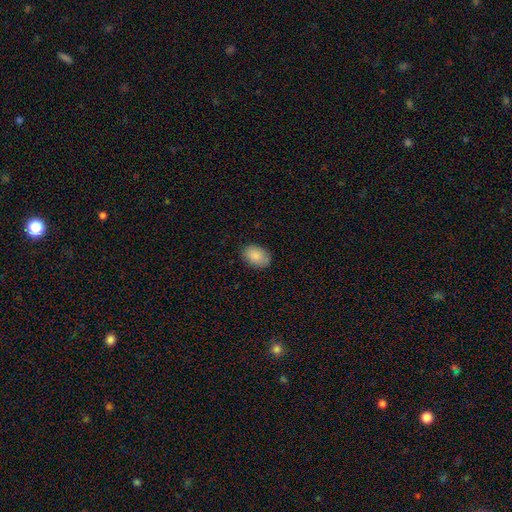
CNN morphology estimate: Overall: smooth (88%). How rounded: in between (83%). Merging: none (85%).